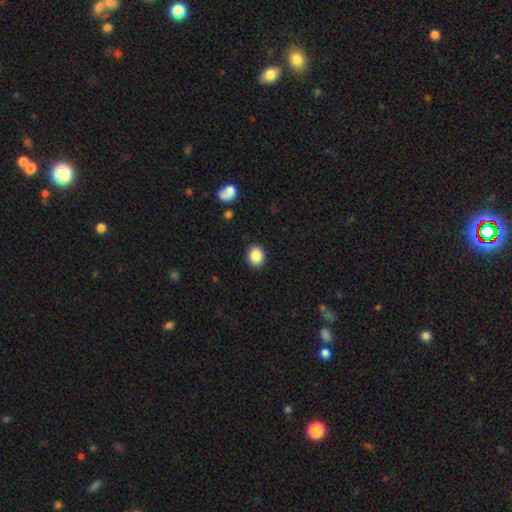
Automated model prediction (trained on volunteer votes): A smooth galaxy with no disk features (87%) that is round (56%). Merging: none (89%).